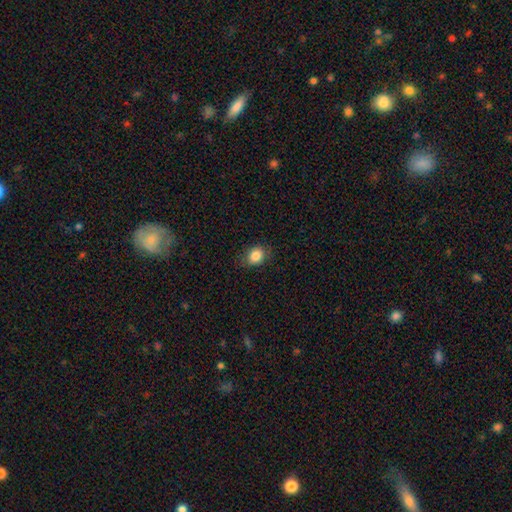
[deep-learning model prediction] Morphology: type=smooth (85%); roundness=in between (50%); merging=none (80%).